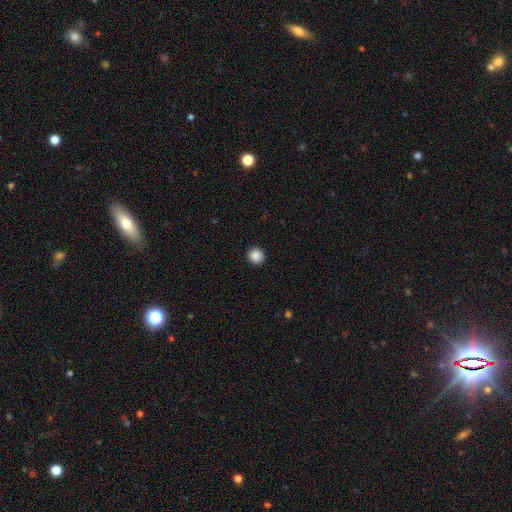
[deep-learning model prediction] Smooth or featured? smooth (88%)
How rounded? round (95%)
Merging? none (94%)